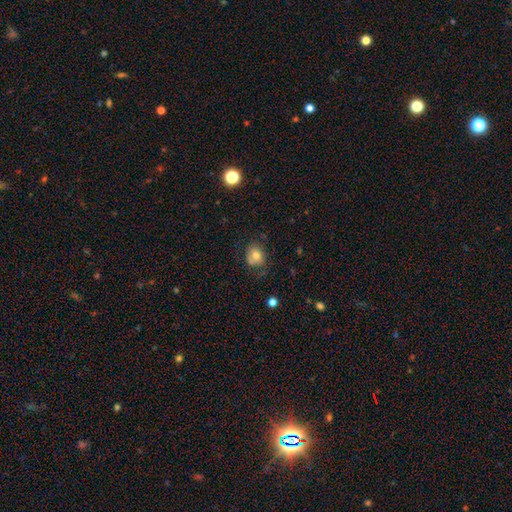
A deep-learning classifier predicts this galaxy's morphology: This appears to be a smooth galaxy with no disk features (75%) that is round (63%). Merging: none (65%).